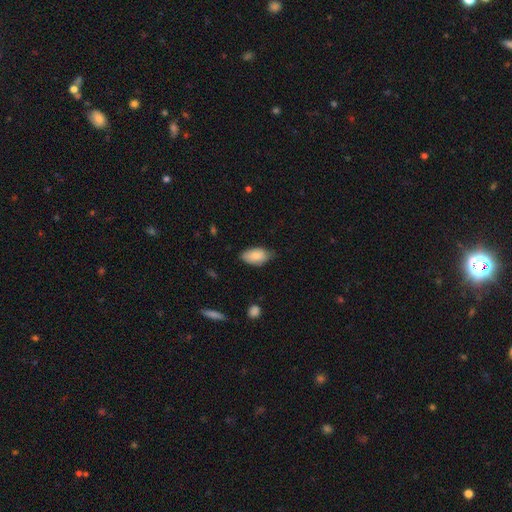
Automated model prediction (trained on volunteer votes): Q: Smooth or featured?
A: smooth (84%); runner-up: featured or disk (9%)
Q: How rounded?
A: in between (94%); runner-up: round (4%)
Q: Merging?
A: none (69%); runner-up: minor disturbance (26%)